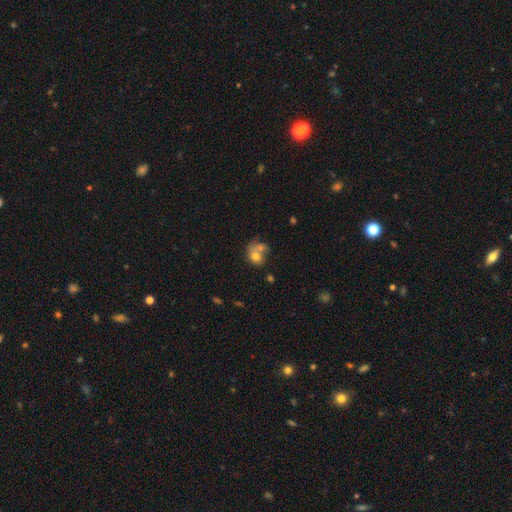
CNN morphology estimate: The model was most divided on "how rounded": round: 52%, in between: 47%, cigar-shaped: 1%. More confident: smooth or featured — smooth (69%); merging — merger (58%).